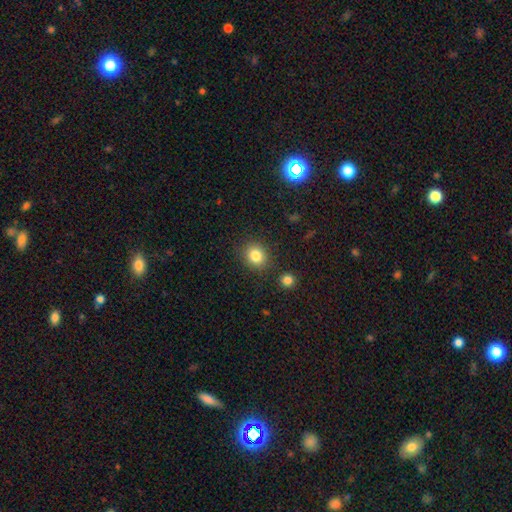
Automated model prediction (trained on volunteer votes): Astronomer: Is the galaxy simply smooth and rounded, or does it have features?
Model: smooth — 83%.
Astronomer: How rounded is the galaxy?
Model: round — 75%.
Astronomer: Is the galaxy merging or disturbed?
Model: none — 85%.